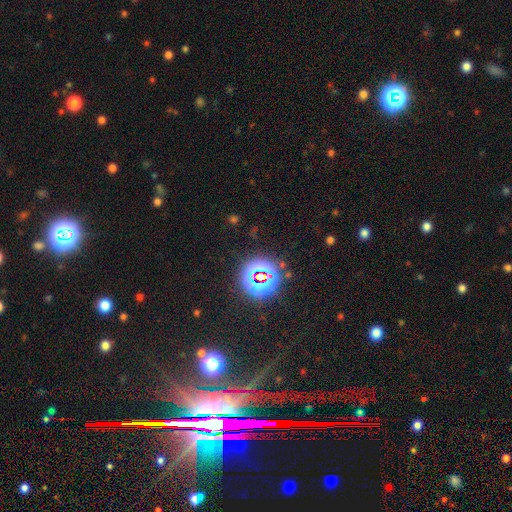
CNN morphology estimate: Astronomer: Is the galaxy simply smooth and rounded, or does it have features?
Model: star or artifact — 83%.